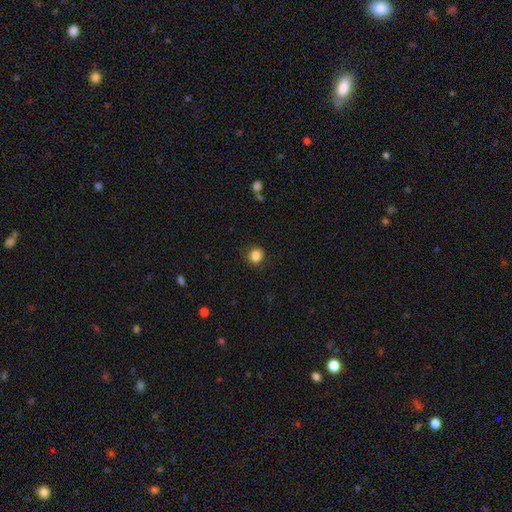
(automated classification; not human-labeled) A smooth galaxy with no disk features (86%) that is round (71%).

Vote fractions:
- Smooth or featured? smooth: 86% / star or artifact: 10% / featured or disk: 4%
- How rounded? round: 71% / in between: 28% / cigar-shaped: 1%
- Merging? none: 82% / minor disturbance: 13% / major disturbance: 4% / merger: 1%